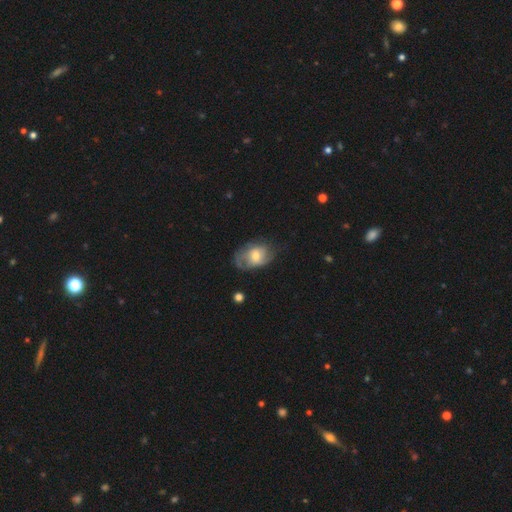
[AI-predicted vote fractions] A featured or disk galaxy (53%) with no bar (70%), spiral arms (72%) and a moderate central bulge (60%).

Vote fractions:
- Smooth or featured? featured or disk: 53% / smooth: 40% / star or artifact: 7%
- Edge-on disk? no: 95% / yes: 5%
- Bar? no: 70% / weak: 26% / strong: 4%
- Spiral arms? yes: 72% / no: 28%
- Bulge size? moderate: 60% / small: 31% / large: 6% / none: 2% / dominant: 1%
- Merging? none: 53% / minor disturbance: 29% / major disturbance: 16% / merger: 2%